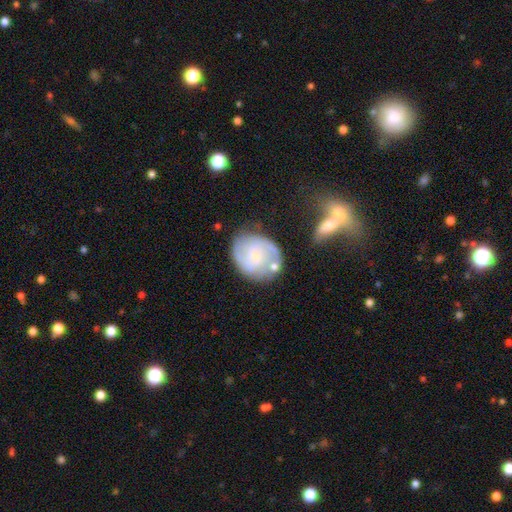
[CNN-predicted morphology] Smooth or featured? Predicted: featured or disk (p=0.78). Edge-on disk? Predicted: no (p=0.98). Bar? Predicted: no (p=0.63). Spiral arms? Predicted: yes (p=0.94). Spiral winding? Predicted: medium (p=0.45). Spiral arm count? Predicted: 2 (p=0.60). Bulge size? Predicted: small (p=0.77). Merging? Predicted: none (p=0.66).